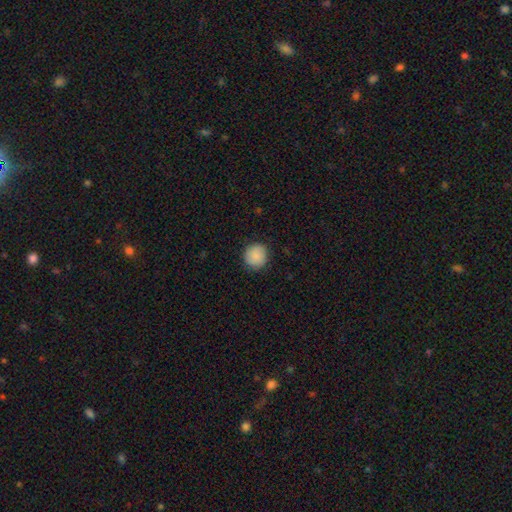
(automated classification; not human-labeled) Morphology: type=smooth (88%); roundness=round (92%); merging=none (88%).